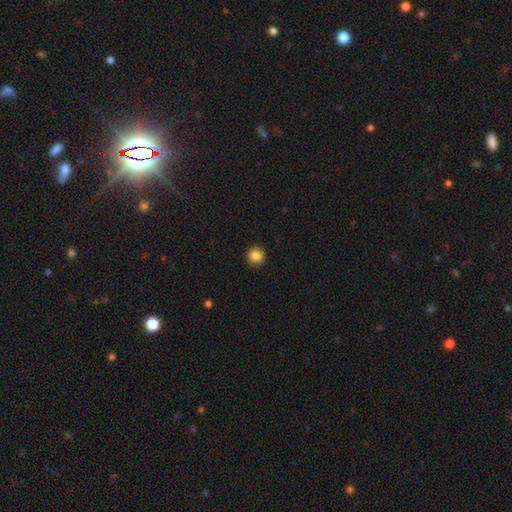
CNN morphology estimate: The model was most divided on "smooth or featured": smooth: 87%, star or artifact: 10%, featured or disk: 4%. More confident: how rounded — round (92%); merging — none (92%).